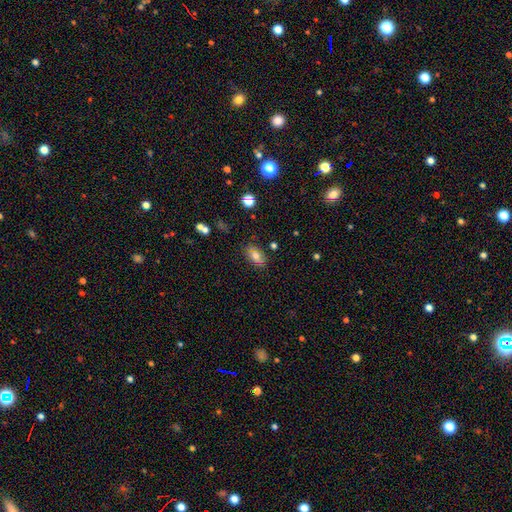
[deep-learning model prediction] Smooth or featured?
  - smooth: 72% *
  - featured or disk: 18%
  - star or artifact: 10%
How rounded?
  - in between: 89% *
  - round: 8%
  - cigar-shaped: 3%
Merging?
  - none: 80% *
  - minor disturbance: 14%
  - major disturbance: 3%
  - merger: 2%